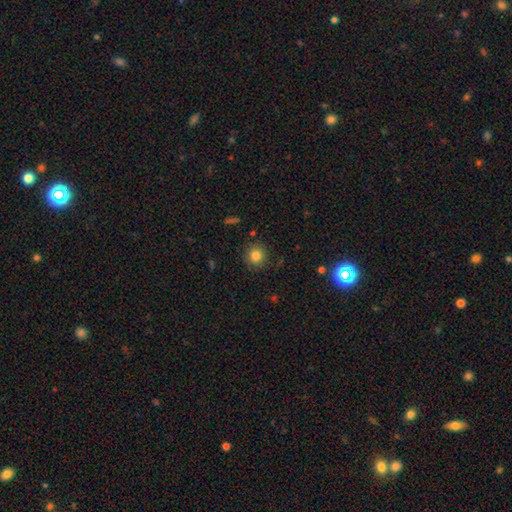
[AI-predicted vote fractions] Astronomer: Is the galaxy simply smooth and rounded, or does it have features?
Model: smooth — 82%.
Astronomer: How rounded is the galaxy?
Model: round — 93%.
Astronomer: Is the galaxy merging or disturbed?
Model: none — 88%.